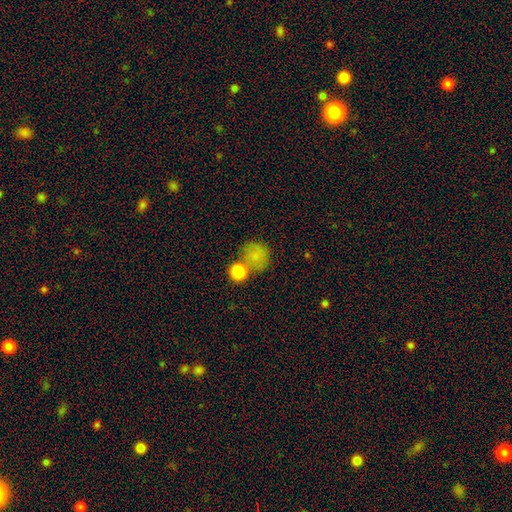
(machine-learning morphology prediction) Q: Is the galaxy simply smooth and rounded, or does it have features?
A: smooth — 78%.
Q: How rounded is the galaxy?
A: round — 80%.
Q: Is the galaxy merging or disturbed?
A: none — 46%.